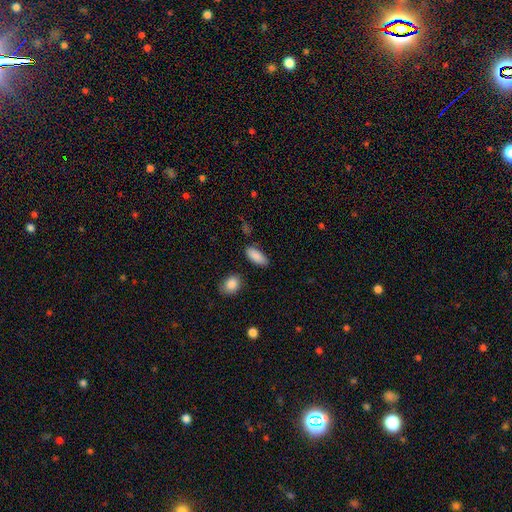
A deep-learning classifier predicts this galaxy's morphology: This appears to be a smooth galaxy with no disk features (89%) that is in between round and cigar-shaped (87%). Merging: none (81%).